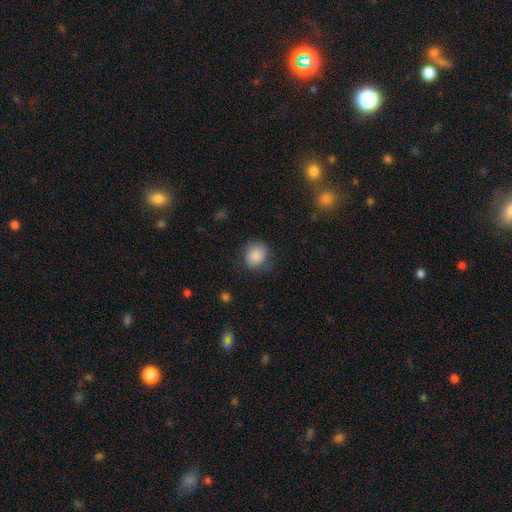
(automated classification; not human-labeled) This appears to be a smooth galaxy with no disk features (86%) that is round (78%). Merging: none (75%).